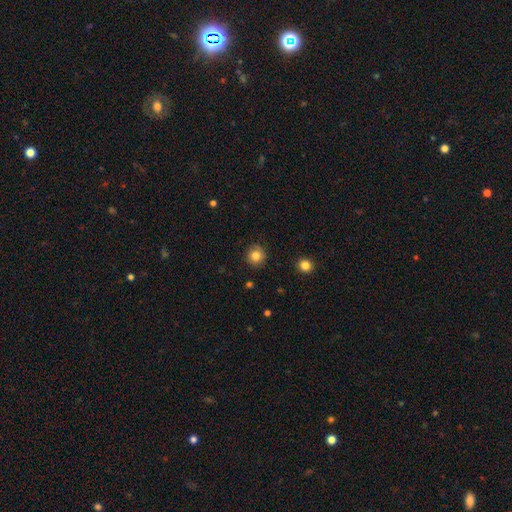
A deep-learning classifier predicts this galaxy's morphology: Smooth or featured? smooth (83%)
How rounded? round (93%)
Merging? none (90%)